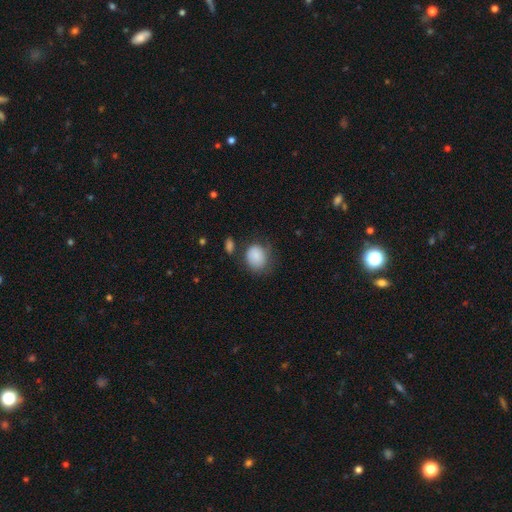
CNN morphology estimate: smooth_or_featured: smooth (p=0.83) [alt: featured or disk p=0.09]
how_rounded: round (p=0.64) [alt: in between p=0.35]
merging: none (p=0.58) [alt: minor disturbance p=0.25]